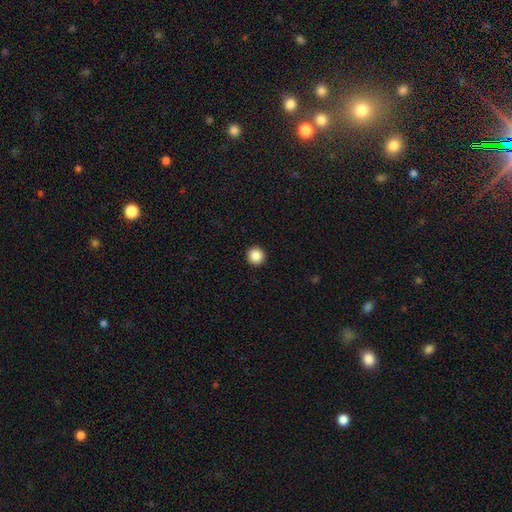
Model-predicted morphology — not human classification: Smooth or featured?
  - smooth: 87% *
  - star or artifact: 10%
  - featured or disk: 3%
How rounded?
  - round: 96% *
  - in between: 3%
  - cigar-shaped: 1%
Merging?
  - none: 94% *
  - minor disturbance: 4%
  - major disturbance: 1%
  - merger: 1%